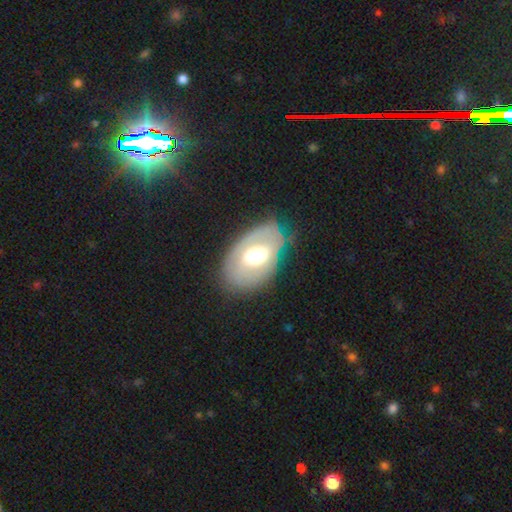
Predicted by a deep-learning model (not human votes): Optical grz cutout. It shows a featured or disk galaxy (52%). Merging: none (68%).